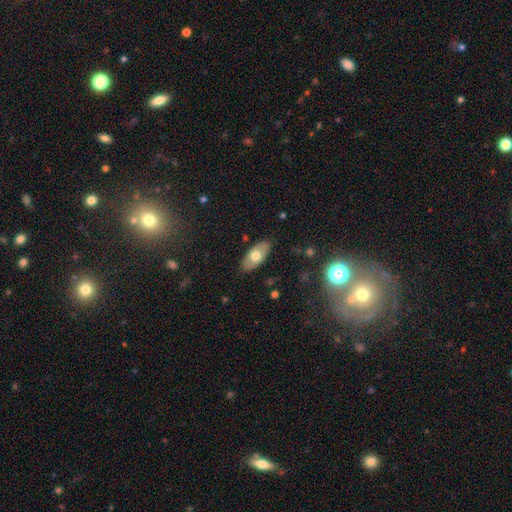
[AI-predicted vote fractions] Overall: smooth (65%; featured or disk 28%). How rounded: in between (91%). Merging: none (86%).